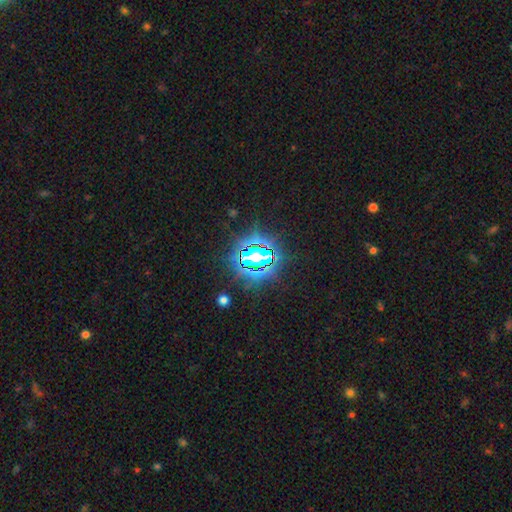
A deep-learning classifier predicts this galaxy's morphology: Smooth or featured? Predicted: star or artifact (p=0.82).